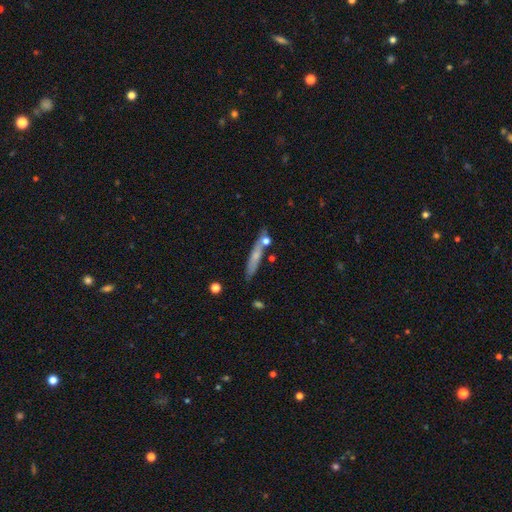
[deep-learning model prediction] smooth 56%, featured or disk 36%, star or artifact 8%. Down the decision tree: how rounded — cigar-shaped (89%); merging — none (73%).